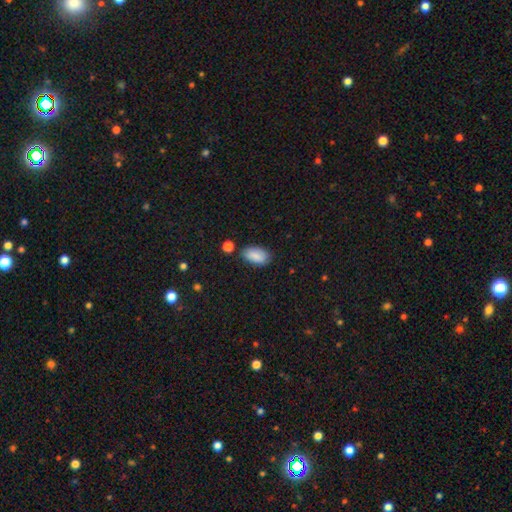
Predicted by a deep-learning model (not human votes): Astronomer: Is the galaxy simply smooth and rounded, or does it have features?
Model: smooth — 87%.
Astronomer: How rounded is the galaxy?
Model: in between — 93%.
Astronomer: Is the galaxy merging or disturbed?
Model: none — 77%.